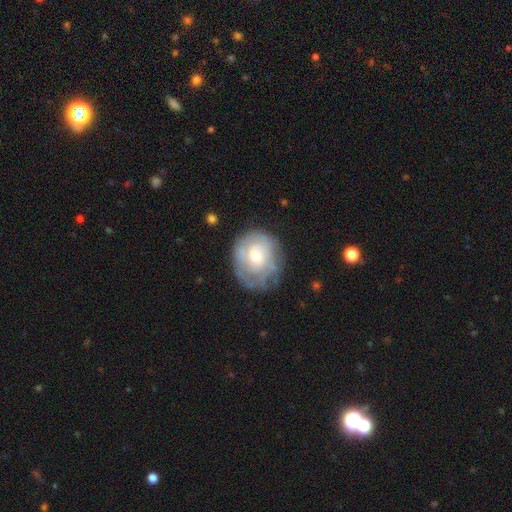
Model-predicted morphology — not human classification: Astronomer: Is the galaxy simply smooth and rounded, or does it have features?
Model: featured or disk — 55% (runner-up: smooth, 38%).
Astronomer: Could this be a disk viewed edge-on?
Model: no — 97%.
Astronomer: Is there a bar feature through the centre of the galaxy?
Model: no — 81%.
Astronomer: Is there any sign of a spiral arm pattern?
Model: yes — 57% (runner-up: no, 43%).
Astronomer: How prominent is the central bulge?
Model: moderate — 50% (runner-up: small, 43%).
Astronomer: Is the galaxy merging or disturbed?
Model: none — 64%.